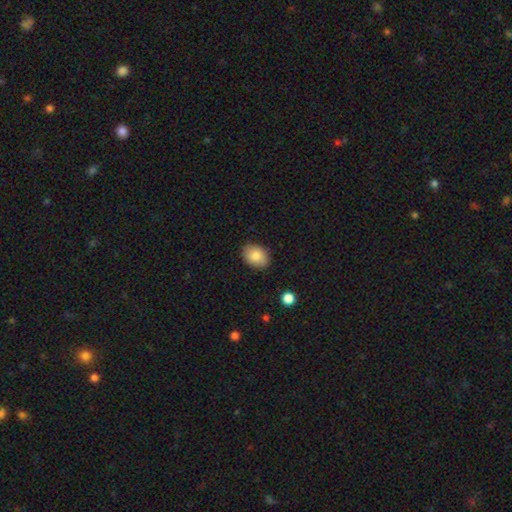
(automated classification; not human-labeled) Overall: smooth (85%). How rounded: in between (75%). Merging: none (87%).